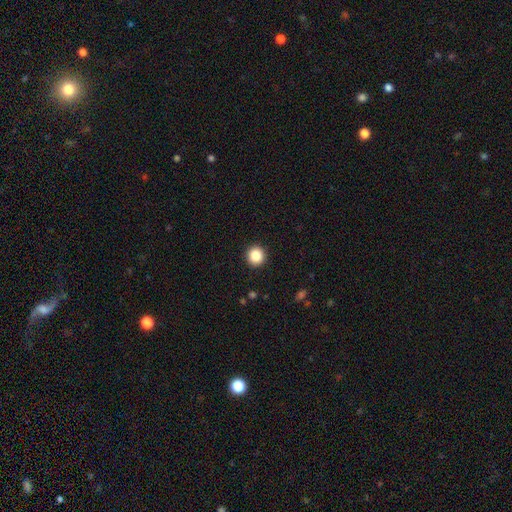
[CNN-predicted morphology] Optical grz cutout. It shows a smooth galaxy with no disk features (86%) that is round (94%). Merging: none (93%).